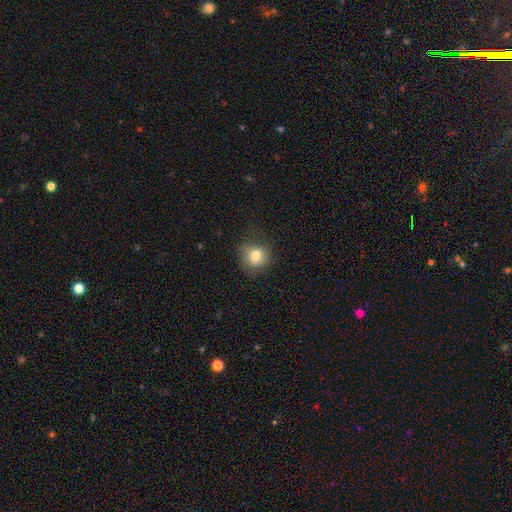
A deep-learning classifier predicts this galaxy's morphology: Q: Smooth or featured?
A: smooth (78%); runner-up: star or artifact (11%)
Q: How rounded?
A: round (81%); runner-up: in between (18%)
Q: Merging?
A: none (78%); runner-up: minor disturbance (16%)